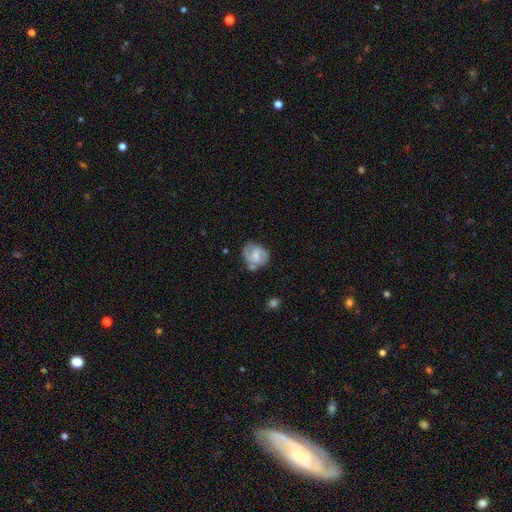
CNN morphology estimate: The model was most divided on "bulge size": small: 39%, moderate: 34%, none: 20%, large: 5%, dominant: 1%. Remaining: edge-on disk — no (98%); spiral arms — yes (88%); spiral arm count — 2 (81%); smooth or featured — featured or disk (68%); merging — none (63%); bar — weak (54%); spiral winding — medium (49%).